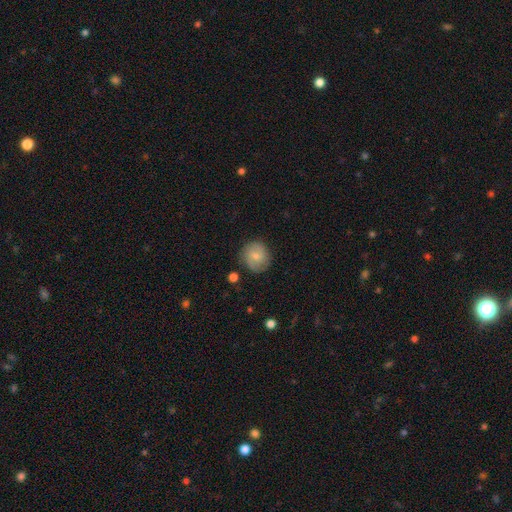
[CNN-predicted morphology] A smooth galaxy with no disk features (58%) that is round (88%).

Vote fractions:
- Smooth or featured? smooth: 58% / featured or disk: 35% / star or artifact: 8%
- How rounded? round: 88% / in between: 11% / cigar-shaped: 1%
- Merging? none: 81% / minor disturbance: 13% / major disturbance: 4% / merger: 2%